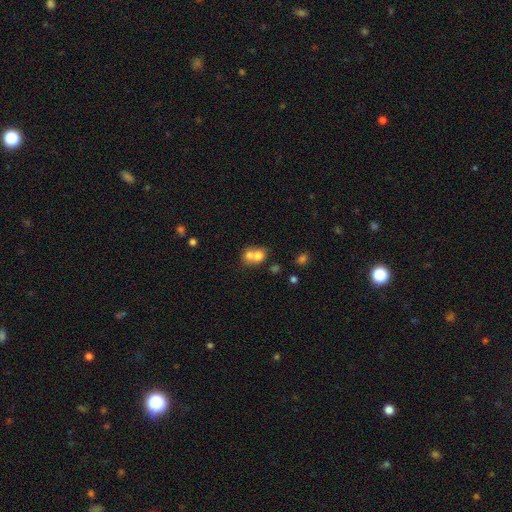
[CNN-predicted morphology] This appears to be a smooth galaxy with no disk features (70%) that is round (64%). Merging: merger (67%).